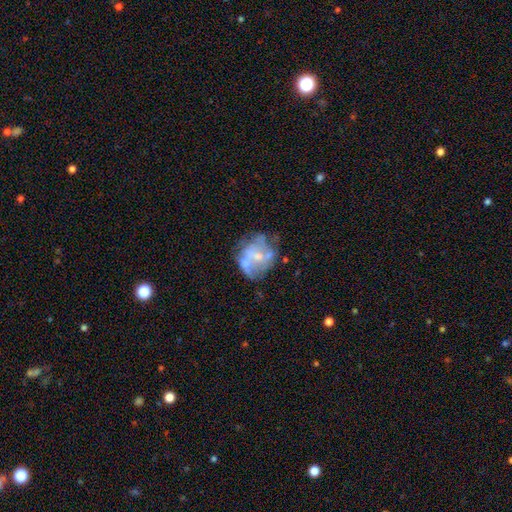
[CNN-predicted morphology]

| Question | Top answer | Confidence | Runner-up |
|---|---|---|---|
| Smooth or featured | featured or disk | 65% | smooth (25%) |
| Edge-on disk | no | 98% | yes (2%) |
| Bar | no | 77% | weak (19%) |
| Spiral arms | no | 73% | yes (27%) |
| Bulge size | small | 44% | moderate (34%) |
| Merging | none | 42% | major disturbance (22%) |